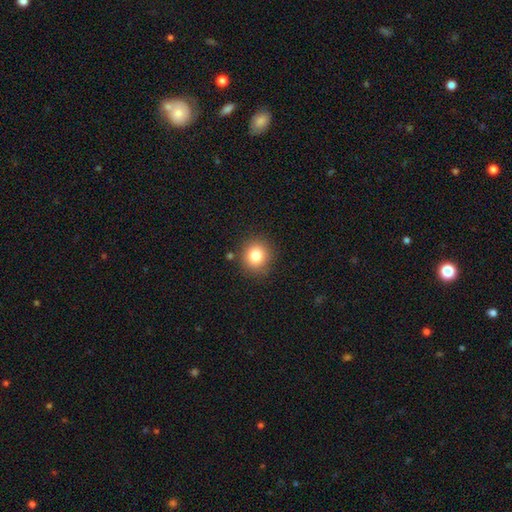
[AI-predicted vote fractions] smooth_or_featured: smooth (p=0.82) [alt: star or artifact p=0.11]
how_rounded: round (p=0.87) [alt: in between p=0.13]
merging: none (p=0.86) [alt: minor disturbance p=0.09]